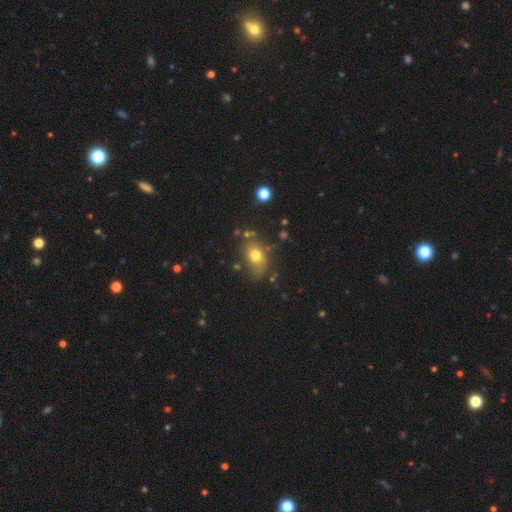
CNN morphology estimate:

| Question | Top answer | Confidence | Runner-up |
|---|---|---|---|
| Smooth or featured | smooth | 72% | featured or disk (14%) |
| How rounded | in between | 66% | round (32%) |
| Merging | none | 67% | minor disturbance (20%) |